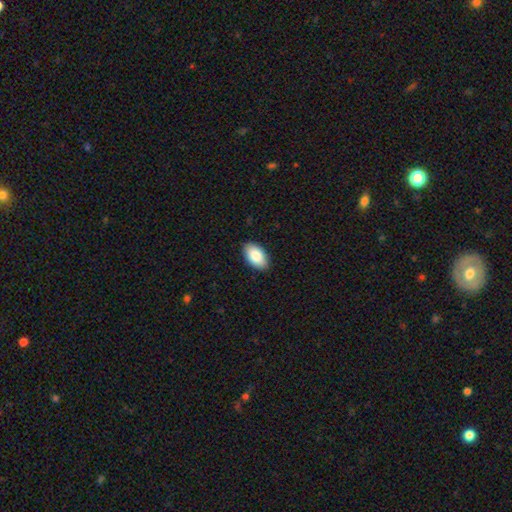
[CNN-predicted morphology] type=smooth (87%); roundness=in between (95%); merging=none (89%).